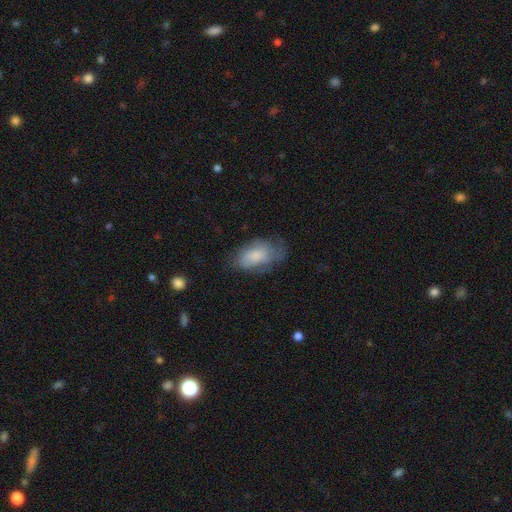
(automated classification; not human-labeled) The model was most divided on "merging": none: 45%, minor disturbance: 32%, major disturbance: 20%, merger: 2%. More confident: how rounded — in between (93%); smooth or featured — smooth (69%).